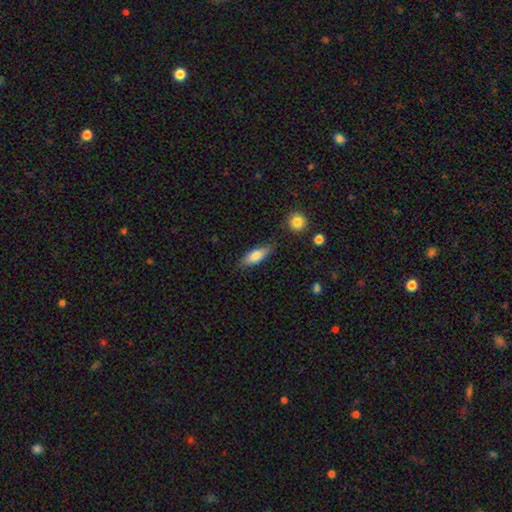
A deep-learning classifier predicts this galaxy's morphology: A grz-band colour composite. It shows a smooth galaxy with no disk features (75%) that is in between round and cigar-shaped (62%). Merging: none (78%).